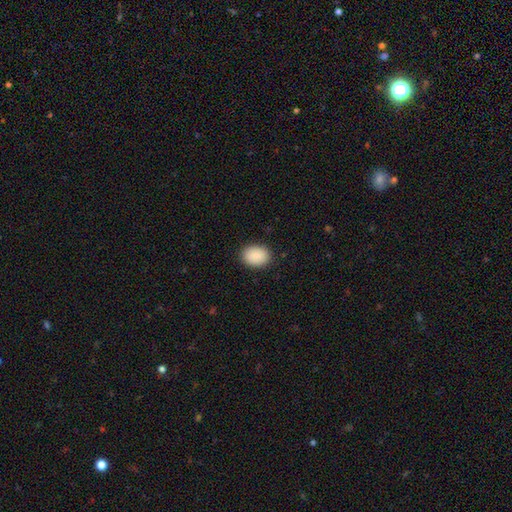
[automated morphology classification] Smooth or featured?
  - smooth: 91% *
  - star or artifact: 6%
  - featured or disk: 3%
How rounded?
  - in between: 71% *
  - round: 28%
  - cigar-shaped: 1%
Merging?
  - none: 89% *
  - minor disturbance: 8%
  - major disturbance: 2%
  - merger: 1%